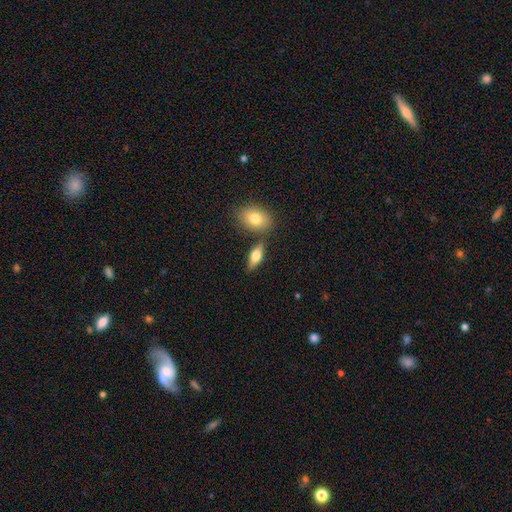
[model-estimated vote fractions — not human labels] Overall: smooth (66%; featured or disk 27%). How rounded: in between (76%). Merging: none (74%).